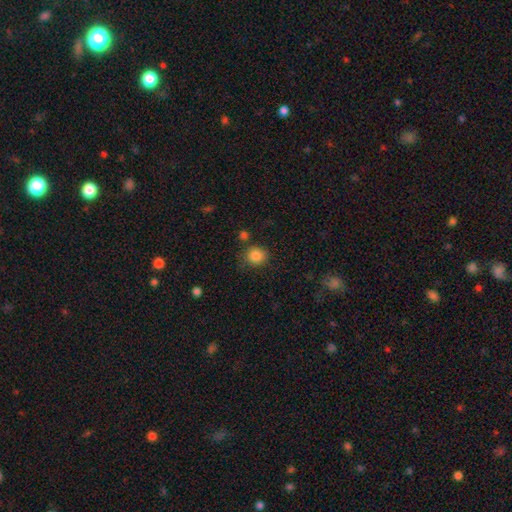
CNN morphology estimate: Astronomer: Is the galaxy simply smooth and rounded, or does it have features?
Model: smooth — 85%.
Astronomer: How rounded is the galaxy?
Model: round — 83%.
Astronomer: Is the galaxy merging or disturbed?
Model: none — 77%.